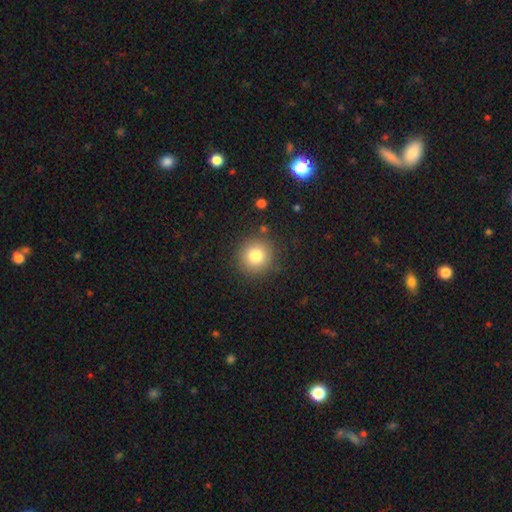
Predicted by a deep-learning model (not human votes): Morphology: type=smooth (81%); roundness=round (94%); merging=none (88%).